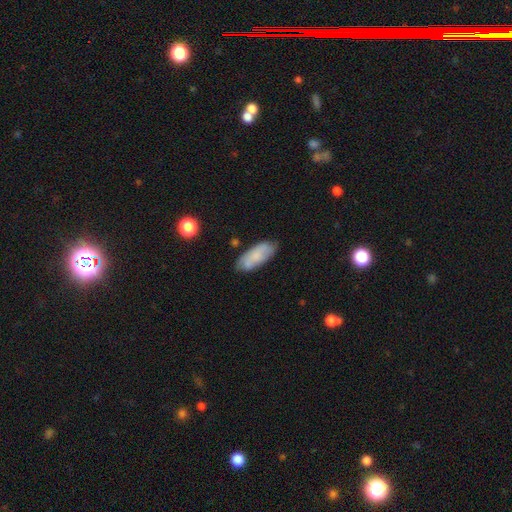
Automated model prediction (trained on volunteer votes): Smooth or featured?
  - smooth: 72% *
  - featured or disk: 21%
  - star or artifact: 7%
How rounded?
  - in between: 82% *
  - cigar-shaped: 16%
  - round: 2%
Merging?
  - none: 73% *
  - minor disturbance: 20%
  - major disturbance: 4%
  - merger: 3%